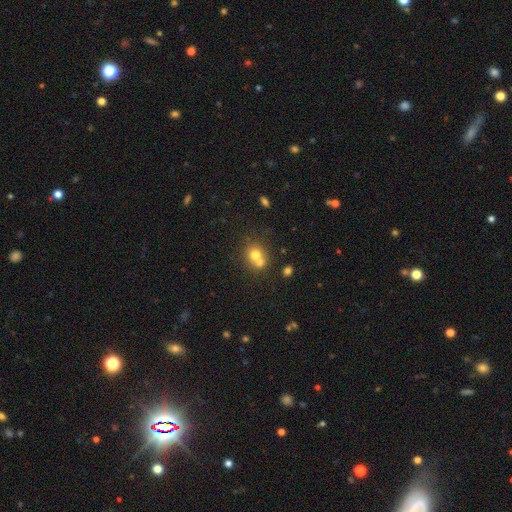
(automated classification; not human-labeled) Smooth or featured?
  - smooth: 70% *
  - featured or disk: 17%
  - star or artifact: 13%
How rounded?
  - round: 78% *
  - in between: 21%
  - cigar-shaped: 1%
Merging?
  - merger: 51% *
  - none: 39%
  - minor disturbance: 7%
  - major disturbance: 3%